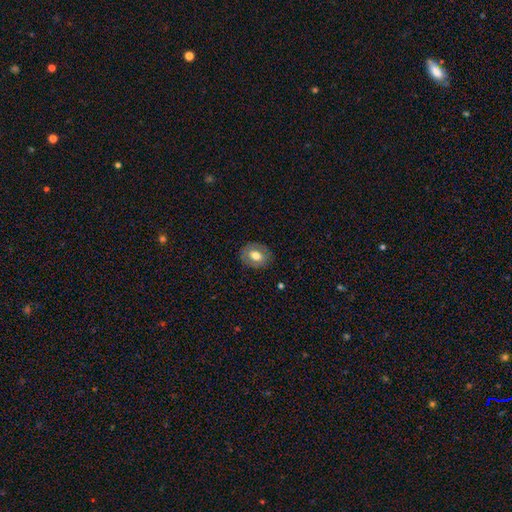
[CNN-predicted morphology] Overall: smooth (68%). How rounded: in between (54%; round 45%). Merging: none (85%).